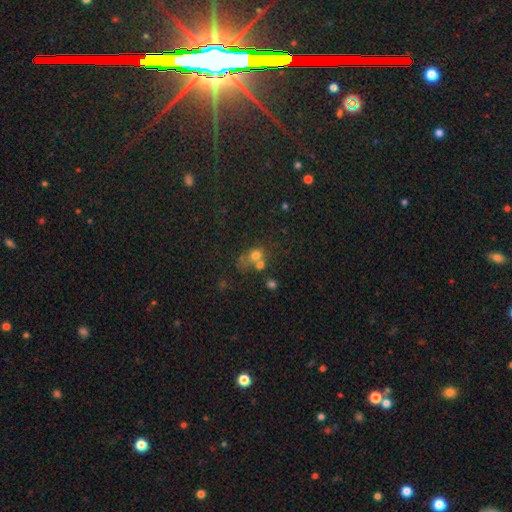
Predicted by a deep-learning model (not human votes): The model was most divided on "how rounded": round: 57%, in between: 42%, cigar-shaped: 2%. Remaining: smooth or featured — smooth (66%); merging — merger (47%).